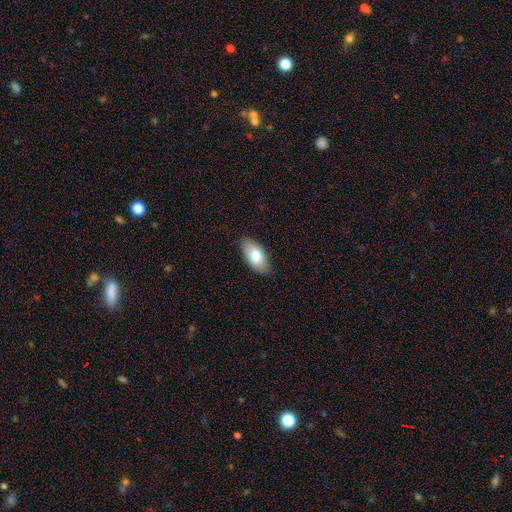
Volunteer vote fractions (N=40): smooth 78%, featured or disk 22%, star or artifact 0%. Down the decision tree: how rounded — in between (94%); merging — none (95%).